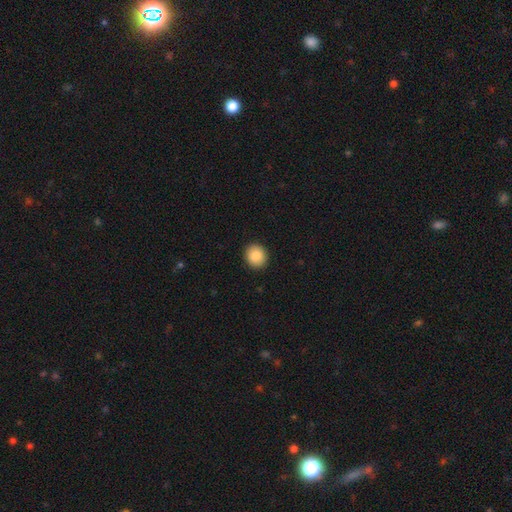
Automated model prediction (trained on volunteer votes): smooth-or-featured: smooth: 86% | star or artifact: 8% | featured or disk: 6%
  how-rounded: round: 80% | in between: 19% | cigar-shaped: 1%
  merging: none: 92% | minor disturbance: 5% | major disturbance: 2% | merger: 1%